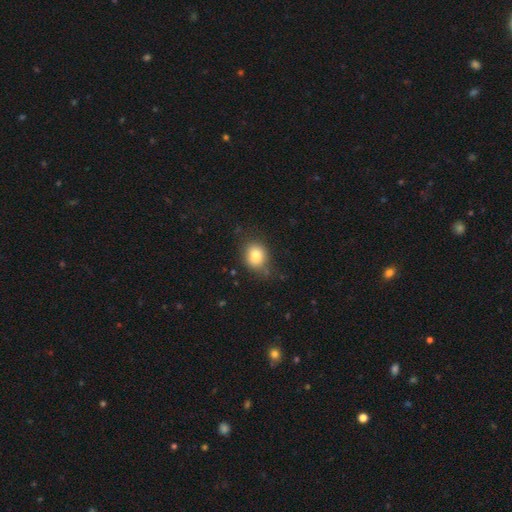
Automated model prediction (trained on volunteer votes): The model was most divided on "how rounded": round: 59%, in between: 40%, cigar-shaped: 1%. More confident: smooth or featured — smooth (81%); merging — none (74%).